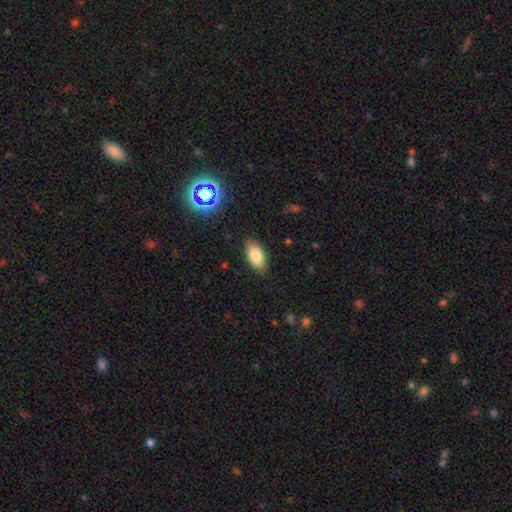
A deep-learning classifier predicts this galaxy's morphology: This appears to be a smooth galaxy with no disk features (81%) that is in between round and cigar-shaped (93%). Merging: none (86%).